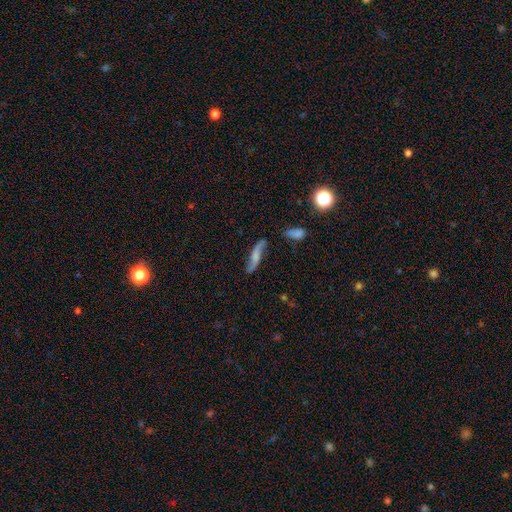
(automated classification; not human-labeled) smooth_or_featured: featured or disk (p=0.63) [alt: smooth p=0.30]
disk_edge_on: no (p=0.73) [alt: yes p=0.27]
merging: none (p=0.65) [alt: minor disturbance p=0.19]